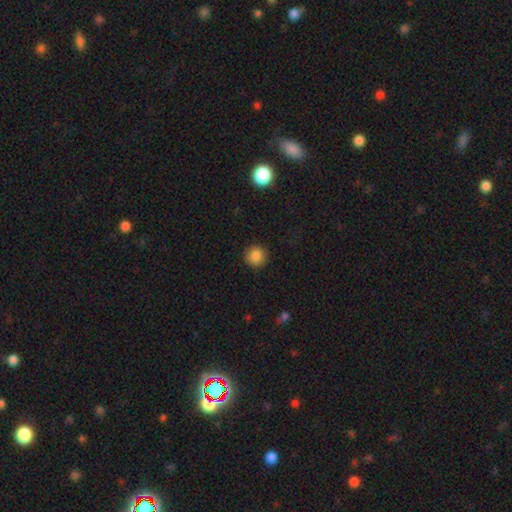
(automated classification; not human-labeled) This appears to be a smooth galaxy with no disk features (85%) that is round (94%). Merging: none (91%).